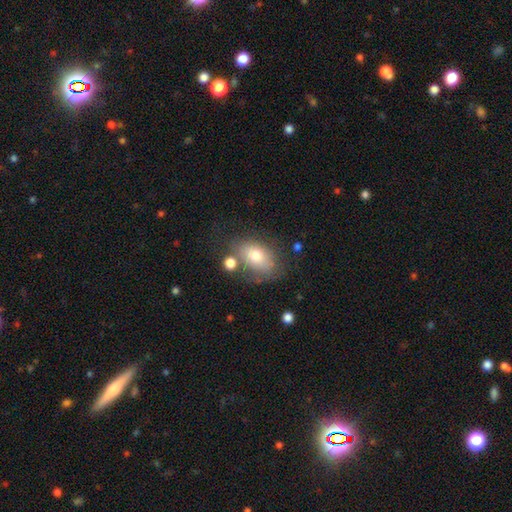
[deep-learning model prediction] Smooth or featured?
  - smooth: 73% *
  - featured or disk: 18%
  - star or artifact: 9%
How rounded?
  - in between: 83% *
  - round: 15%
  - cigar-shaped: 2%
Merging?
  - none: 60% *
  - minor disturbance: 20%
  - merger: 11%
  - major disturbance: 9%